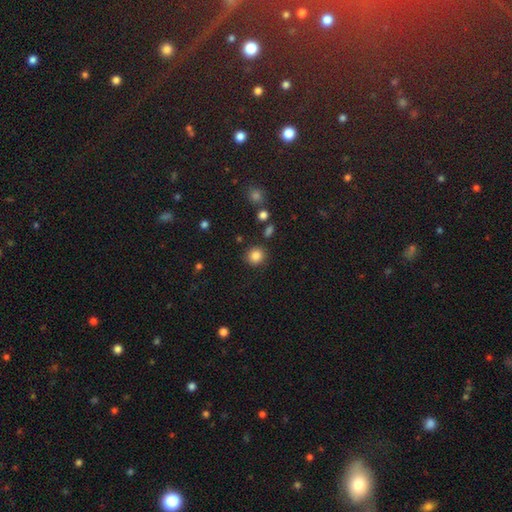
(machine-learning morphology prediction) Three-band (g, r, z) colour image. It shows a smooth galaxy with no disk features (85%) that is round (89%). Merging: none (86%).